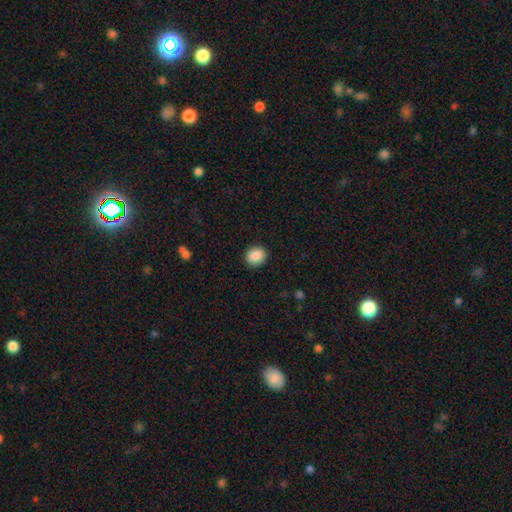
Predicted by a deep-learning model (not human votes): Smooth or featured? Predicted: smooth (p=0.88). How rounded? Predicted: round (p=0.80). Merging? Predicted: none (p=0.91).